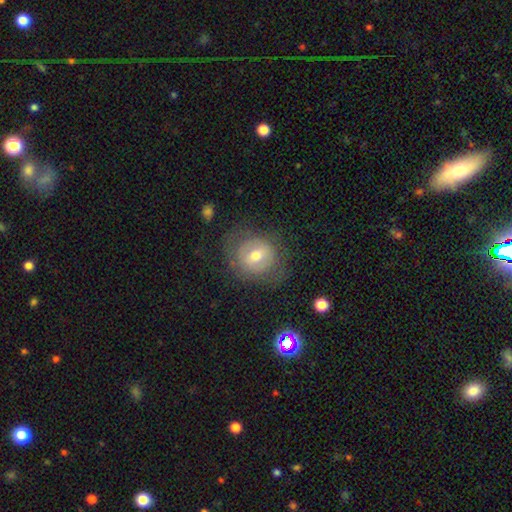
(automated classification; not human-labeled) Q: Smooth or featured?
A: smooth (47%); runner-up: featured or disk (43%)
Q: Merging?
A: none (70%); runner-up: minor disturbance (17%)